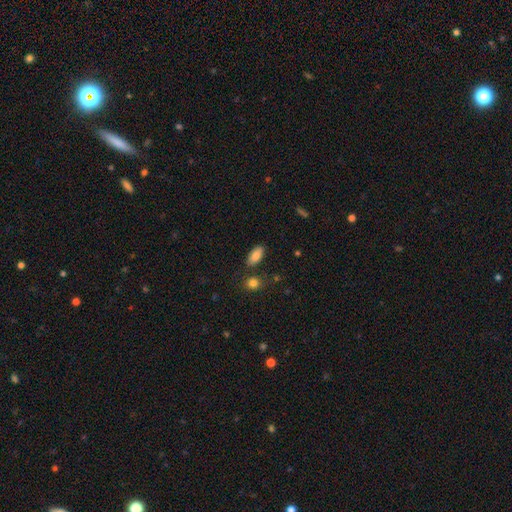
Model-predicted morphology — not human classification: Smooth or featured? Predicted: smooth (p=0.85). How rounded? Predicted: in between (p=0.89). Merging? Predicted: none (p=0.80).